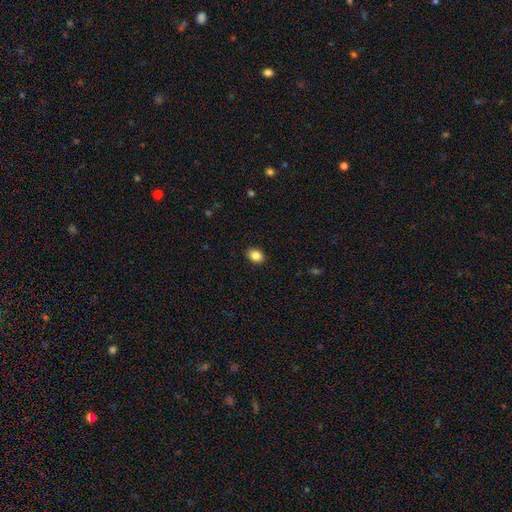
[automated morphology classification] Smooth or featured? smooth (85%)
How rounded? in between (72%)
Merging? none (90%)